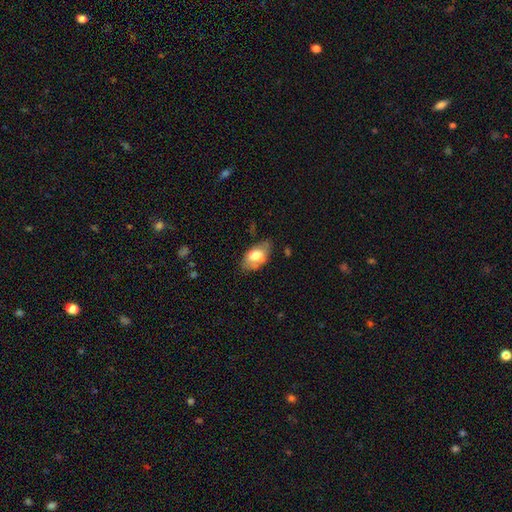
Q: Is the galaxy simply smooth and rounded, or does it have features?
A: smooth — 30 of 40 (75%).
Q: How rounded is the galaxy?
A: in between — 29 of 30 (97%).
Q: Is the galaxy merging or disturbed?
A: none — 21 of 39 (54%).